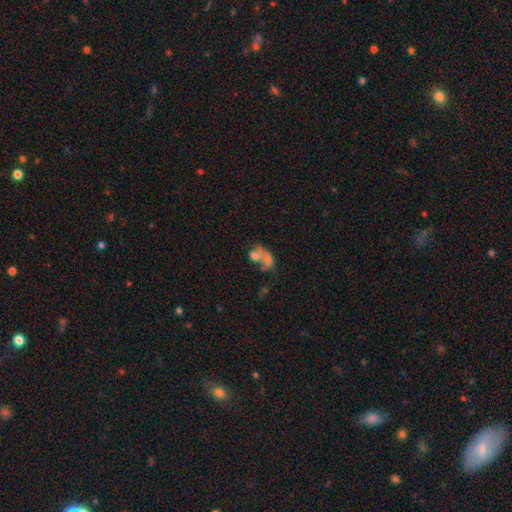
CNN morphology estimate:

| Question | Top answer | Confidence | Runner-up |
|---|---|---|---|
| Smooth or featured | smooth | 54% | featured or disk (32%) |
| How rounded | in between | 72% | round (26%) |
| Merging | merger | 60% | none (16%) |